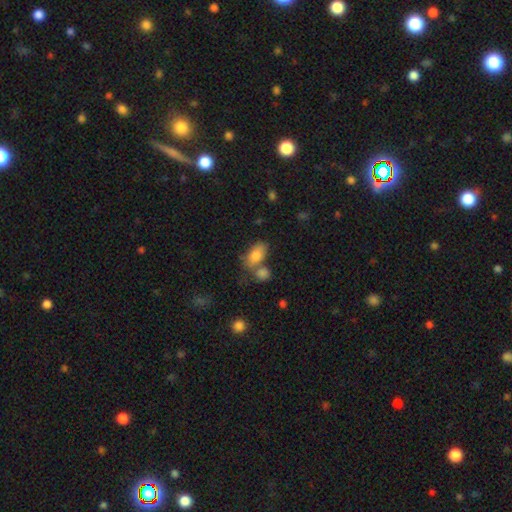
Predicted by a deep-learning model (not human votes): Smooth or featured? Predicted: smooth (p=0.80). How rounded? Predicted: in between (p=0.90). Merging? Predicted: none (p=0.45).